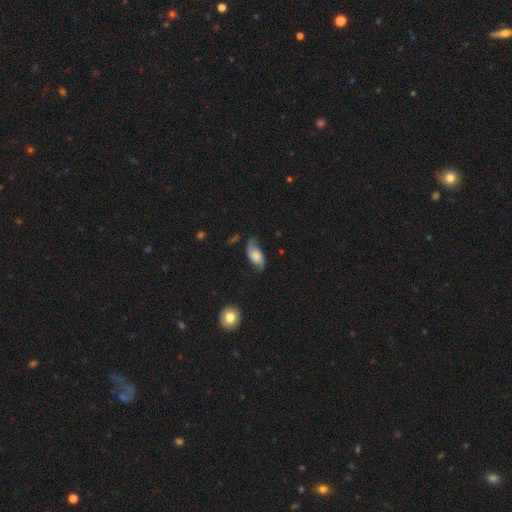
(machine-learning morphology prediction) The model was most divided on "bulge size": moderate: 29%, small: 26%, large: 20%, none: 18%, dominant: 7%. More confident: edge-on disk — no (93%); spiral arms — yes (92%); spiral arm count — 2 (87%); bar — no (66%); spiral winding — loose (64%); merging — none (60%); smooth or featured — featured or disk (59%).